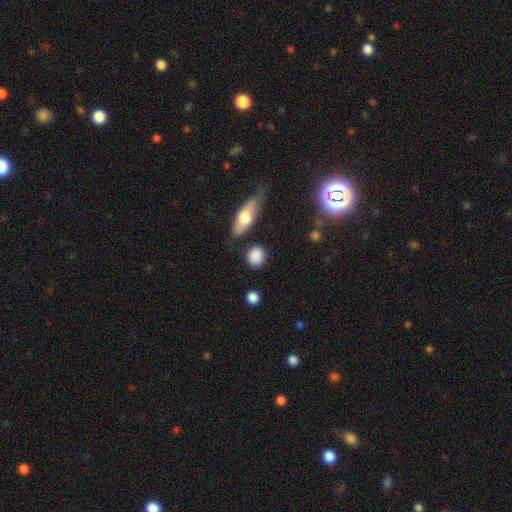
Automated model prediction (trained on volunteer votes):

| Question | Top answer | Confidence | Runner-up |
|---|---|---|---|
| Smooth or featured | smooth | 86% | star or artifact (7%) |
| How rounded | round | 81% | in between (16%) |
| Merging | none | 80% | minor disturbance (11%) |